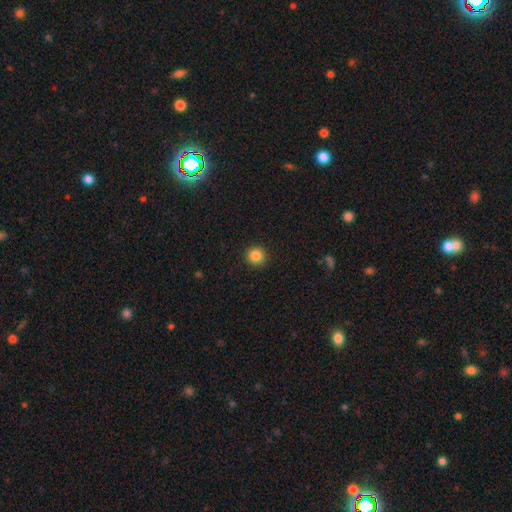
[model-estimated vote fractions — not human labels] Q: Smooth or featured?
A: smooth (86%); runner-up: star or artifact (10%)
Q: How rounded?
A: round (93%); runner-up: in between (7%)
Q: Merging?
A: none (92%); runner-up: minor disturbance (5%)